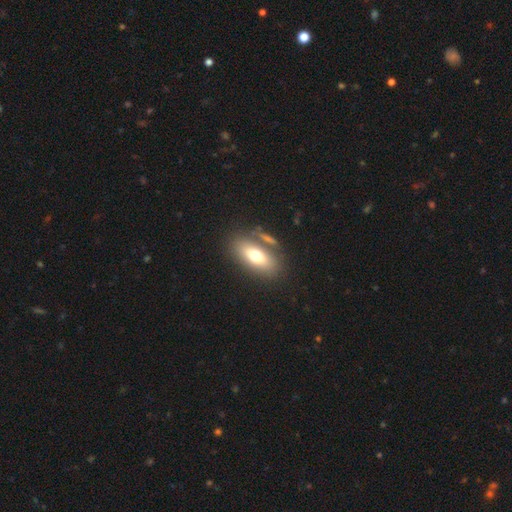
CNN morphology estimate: Q: Smooth or featured?
A: smooth (68%); runner-up: featured or disk (24%)
Q: How rounded?
A: in between (83%); runner-up: cigar-shaped (12%)
Q: Merging?
A: none (69%); runner-up: merger (14%)